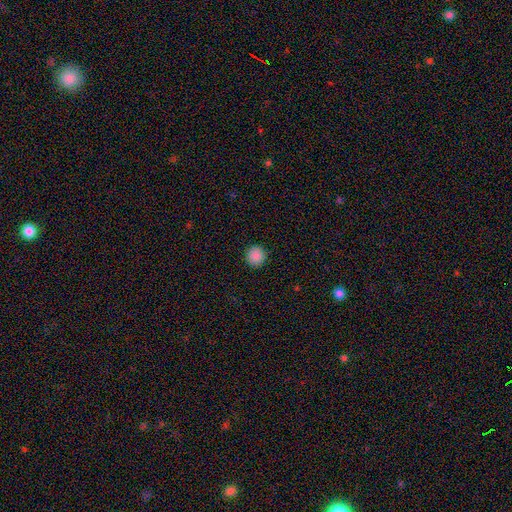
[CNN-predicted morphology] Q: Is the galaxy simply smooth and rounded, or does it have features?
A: smooth — 89%.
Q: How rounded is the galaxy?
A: round — 94%.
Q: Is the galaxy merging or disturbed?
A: none — 93%.